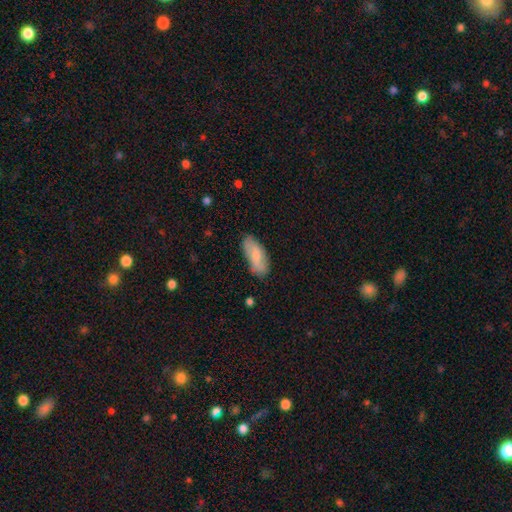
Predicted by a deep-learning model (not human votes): The model was most divided on "merging": none: 74%, minor disturbance: 20%, major disturbance: 4%, merger: 2%. More confident: how rounded — in between (83%); smooth or featured — smooth (78%).